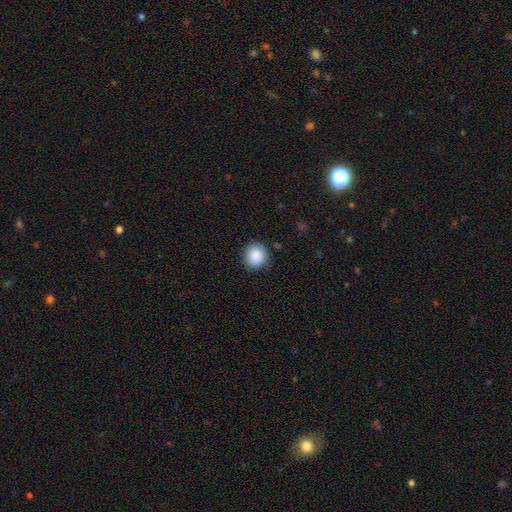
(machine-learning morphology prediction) smooth 89%, star or artifact 8%, featured or disk 3%. Down the decision tree: how rounded — round (86%); merging — none (88%).